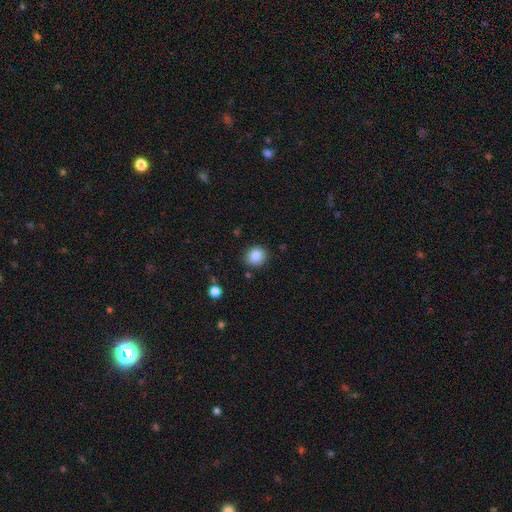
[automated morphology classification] This is clearly a smooth galaxy (86%). How rounded: likely round (76%). Merging: clearly none (86%).